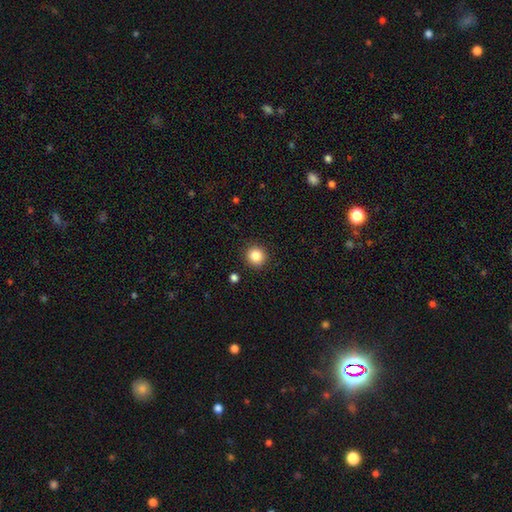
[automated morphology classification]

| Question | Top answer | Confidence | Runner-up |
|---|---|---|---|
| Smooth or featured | smooth | 84% | star or artifact (11%) |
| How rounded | round | 94% | in between (5%) |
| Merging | none | 91% | minor disturbance (5%) |